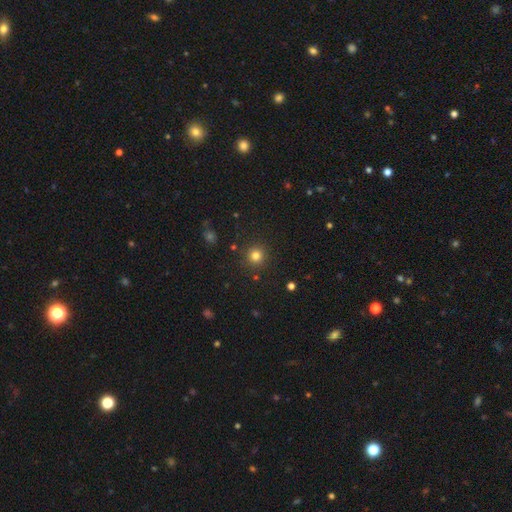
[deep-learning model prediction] Morphology: type=smooth (80%); roundness=round (94%); merging=none (89%).